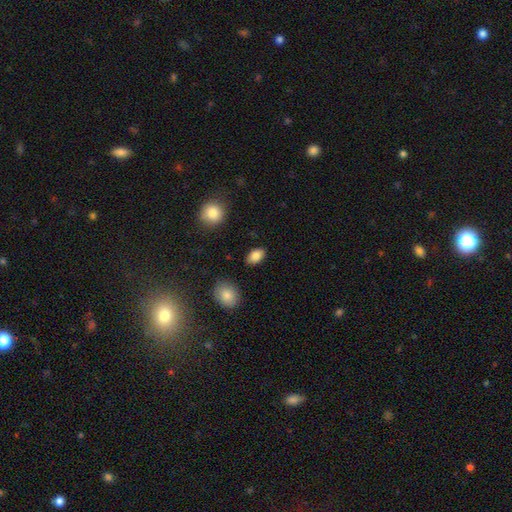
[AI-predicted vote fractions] A smooth galaxy with no disk features (86%) that is in between round and cigar-shaped (88%). Merging: none (87%).